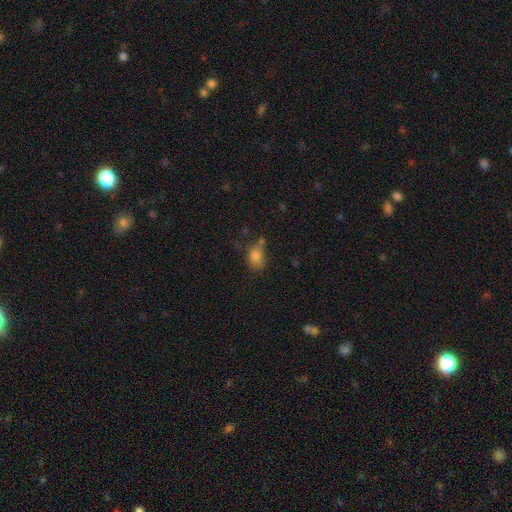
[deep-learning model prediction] This appears to be a smooth galaxy with no disk features (79%) that is in between round and cigar-shaped (58%). Merging: none (48%).